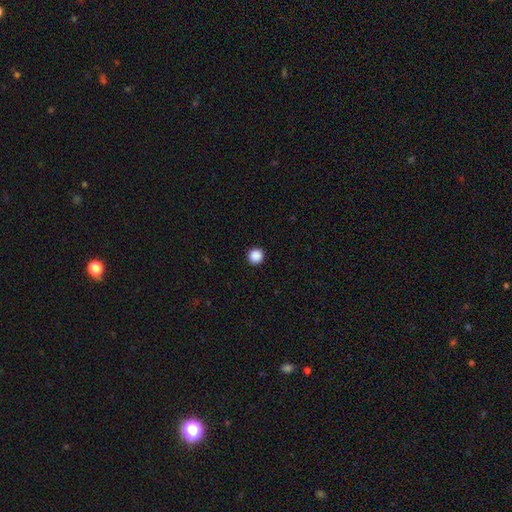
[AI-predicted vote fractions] smooth-or-featured: smooth: 89% | star or artifact: 9% | featured or disk: 2%
  how-rounded: round: 96% | in between: 3% | cigar-shaped: 1%
  merging: none: 94% | minor disturbance: 4% | major disturbance: 1% | merger: 1%